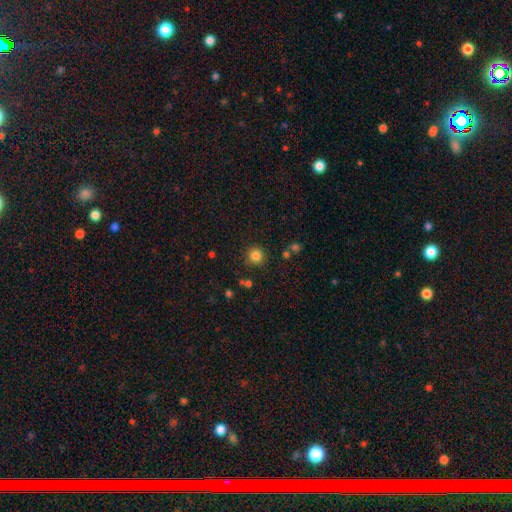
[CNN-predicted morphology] smooth_or_featured: smooth (p=0.83) [alt: star or artifact p=0.12]
how_rounded: round (p=0.93) [alt: in between p=0.06]
merging: none (p=0.87) [alt: minor disturbance p=0.08]